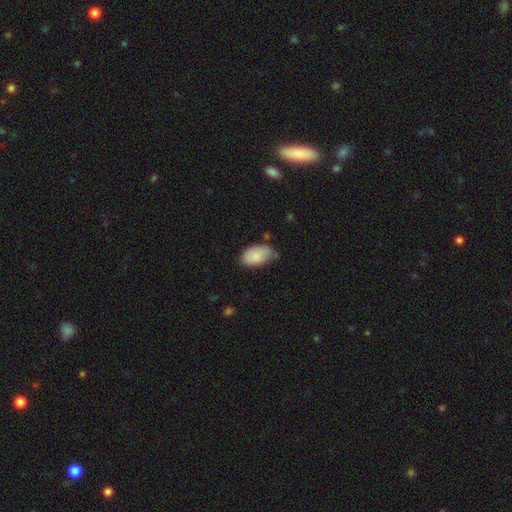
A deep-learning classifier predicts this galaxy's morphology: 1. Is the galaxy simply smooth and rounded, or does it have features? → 87% smooth, 7% featured or disk, 7% star or artifact.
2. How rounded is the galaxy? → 94% in between, 4% round, 2% cigar-shaped.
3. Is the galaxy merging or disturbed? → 55% none, 35% minor disturbance, 6% major disturbance, 4% merger.